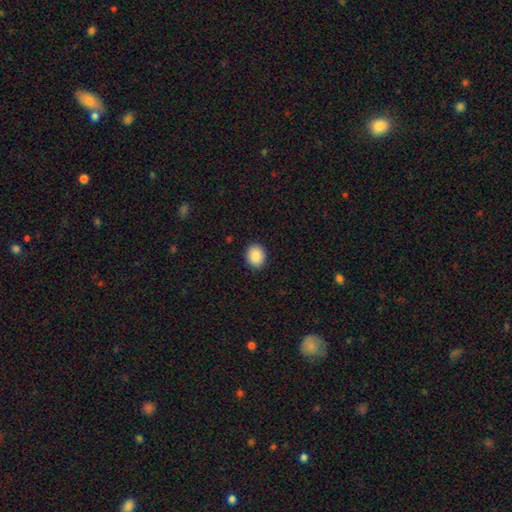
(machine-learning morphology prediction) The model was most divided on "how rounded": round: 59%, in between: 40%, cigar-shaped: 1%. More confident: merging — none (91%); smooth or featured — smooth (88%).